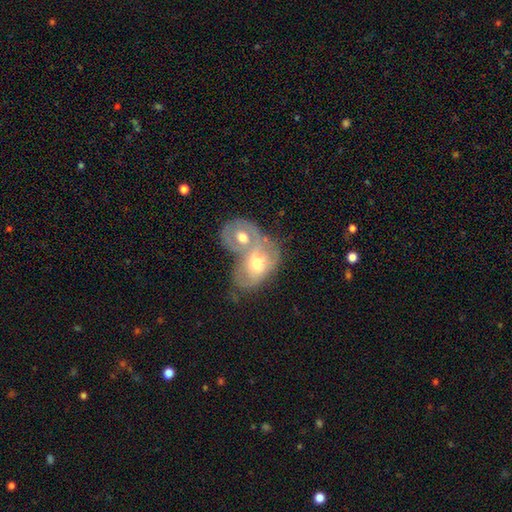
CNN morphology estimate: Smooth or featured? featured or disk (56%)
Edge-on disk? no (94%)
Bar? no (77%)
Spiral arms? yes (53%)
Bulge size? moderate (68%)
Merging? merger (71%)